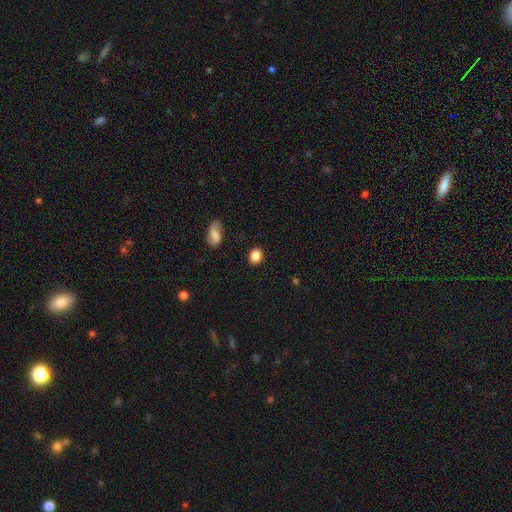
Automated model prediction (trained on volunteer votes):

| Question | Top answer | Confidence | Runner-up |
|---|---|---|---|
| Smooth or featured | smooth | 86% | star or artifact (9%) |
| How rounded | round | 55% | in between (44%) |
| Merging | none | 87% | minor disturbance (9%) |